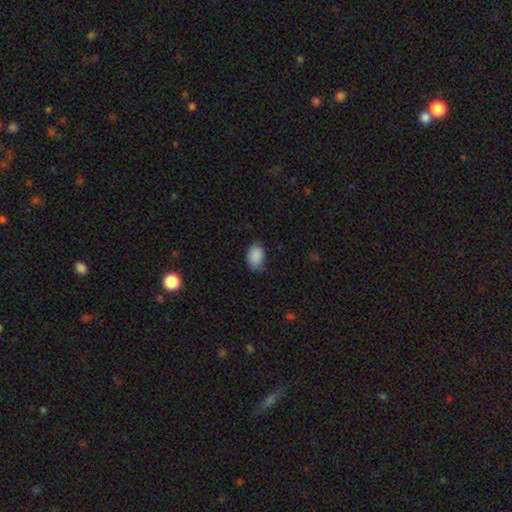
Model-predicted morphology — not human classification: Smooth or featured? Predicted: smooth (p=0.89). How rounded? Predicted: in between (p=0.85). Merging? Predicted: none (p=0.69).